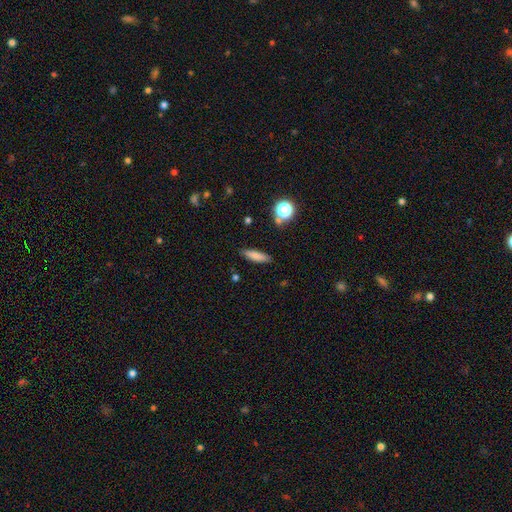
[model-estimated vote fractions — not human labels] This appears to be a smooth galaxy with no disk features (79%) that is cigar-shaped (66%). Merging: none (86%).